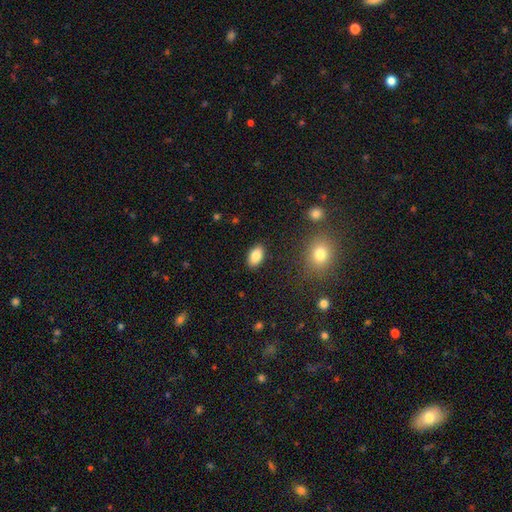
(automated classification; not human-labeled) A smooth galaxy with no disk features (84%) that is in between round and cigar-shaped (92%). Merging: none (88%).